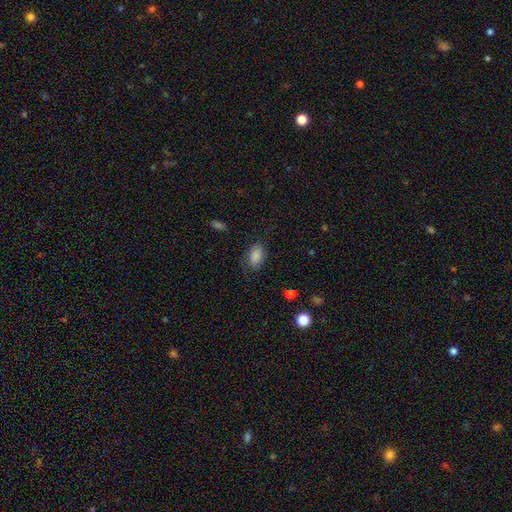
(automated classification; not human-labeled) Smooth or featured? Predicted: smooth (p=0.86). How rounded? Predicted: in between (p=0.90). Merging? Predicted: none (p=0.73).